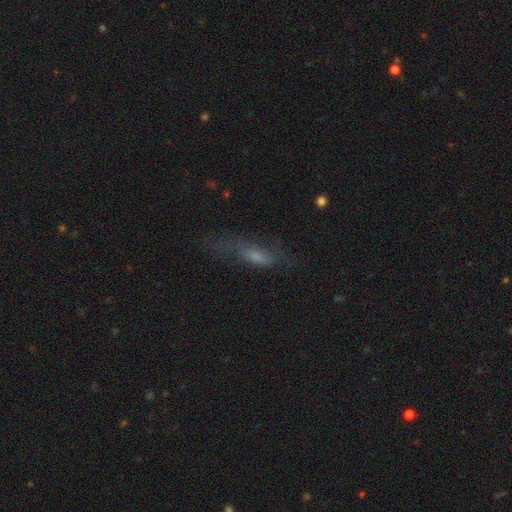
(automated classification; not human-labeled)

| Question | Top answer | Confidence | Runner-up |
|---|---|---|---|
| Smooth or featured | smooth | 46% | featured or disk (37%) |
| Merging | none | 54% | minor disturbance (23%) |